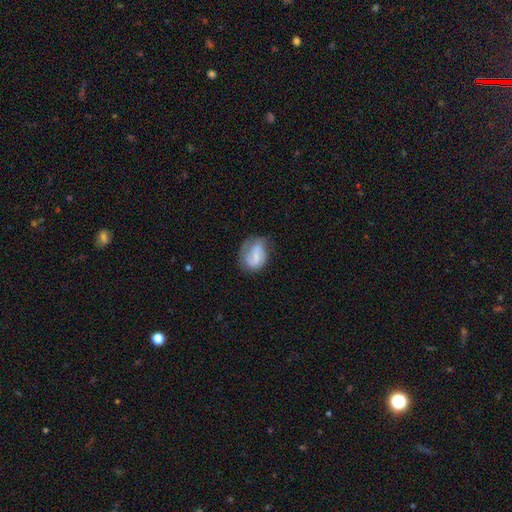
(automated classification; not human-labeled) Overall: featured or disk (49%; smooth 44%). Merging: none (49%; minor disturbance 30%).